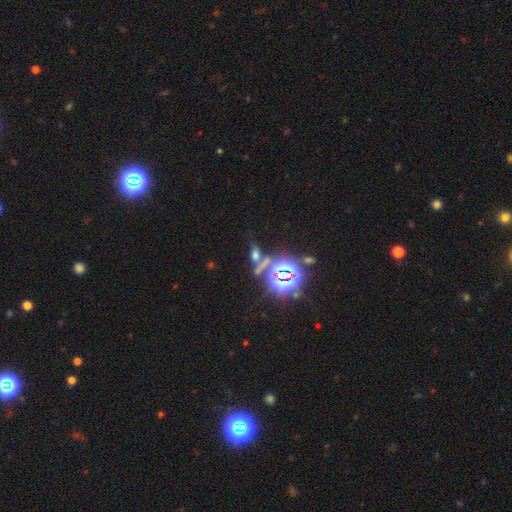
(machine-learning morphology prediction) Smooth or featured? Predicted: star or artifact (p=0.46).